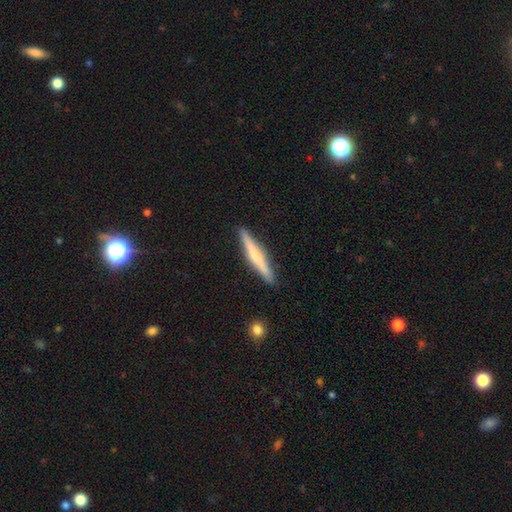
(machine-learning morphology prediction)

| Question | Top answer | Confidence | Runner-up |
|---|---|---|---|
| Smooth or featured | featured or disk | 52% | smooth (42%) |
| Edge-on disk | yes | 97% | no (3%) |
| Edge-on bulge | rounded | 47% | none (40%) |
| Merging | none | 91% | minor disturbance (6%) |